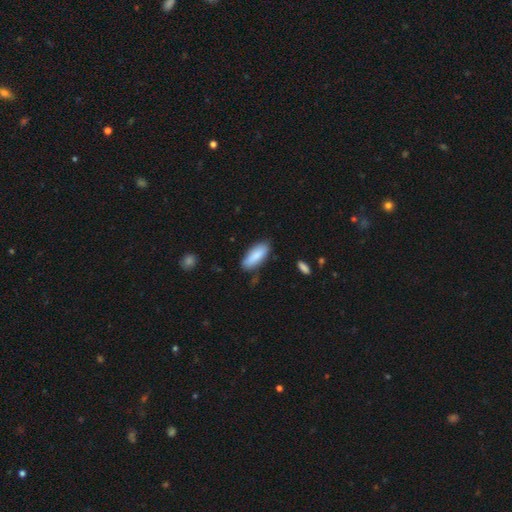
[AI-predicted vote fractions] Q: Smooth or featured?
A: smooth (86%); runner-up: featured or disk (8%)
Q: How rounded?
A: in between (72%); runner-up: cigar-shaped (27%)
Q: Merging?
A: none (80%); runner-up: minor disturbance (15%)